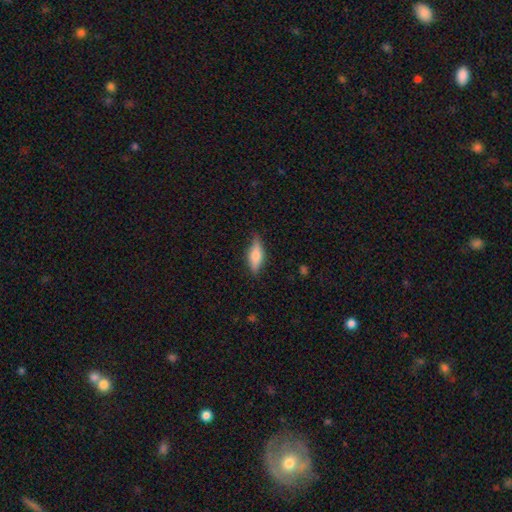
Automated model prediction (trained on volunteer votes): Overall: smooth (57%; featured or disk 36%). How rounded: in between (56%; cigar-shaped 42%). Merging: none (79%).